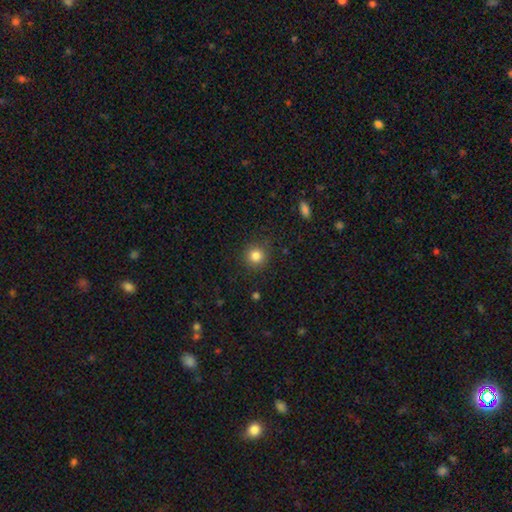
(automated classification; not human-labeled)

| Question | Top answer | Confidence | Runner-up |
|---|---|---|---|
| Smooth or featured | smooth | 83% | star or artifact (12%) |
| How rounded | round | 93% | in between (6%) |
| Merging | none | 88% | minor disturbance (8%) |